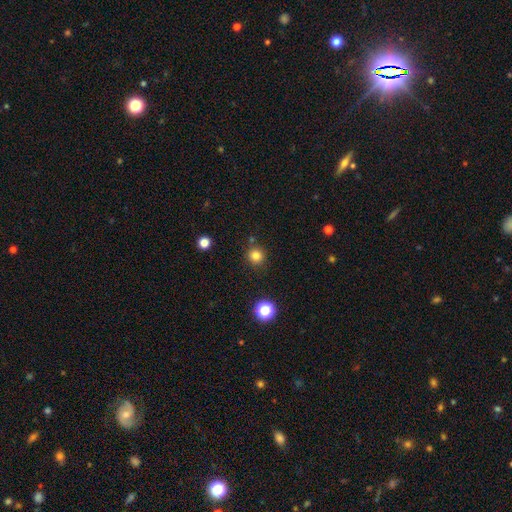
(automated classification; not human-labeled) Q: Smooth or featured?
A: smooth (82%); runner-up: star or artifact (14%)
Q: How rounded?
A: round (93%); runner-up: in between (6%)
Q: Merging?
A: none (87%); runner-up: minor disturbance (7%)